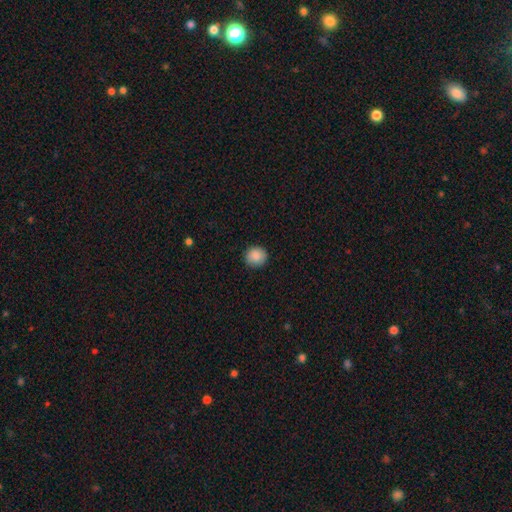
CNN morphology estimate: Overall: smooth (88%). How rounded: round (90%). Merging: none (90%).